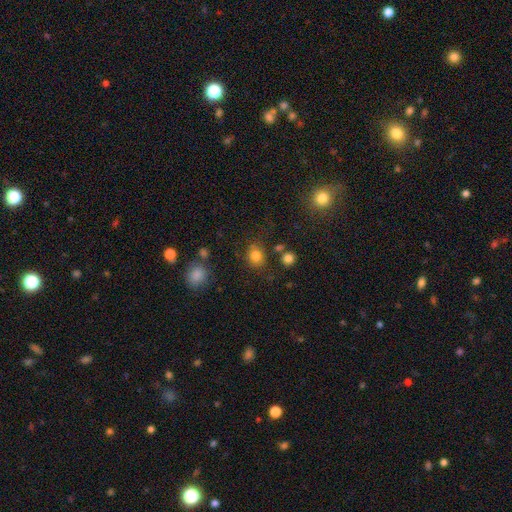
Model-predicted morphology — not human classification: type=smooth (81%); roundness=round (69%); merging=none (75%).